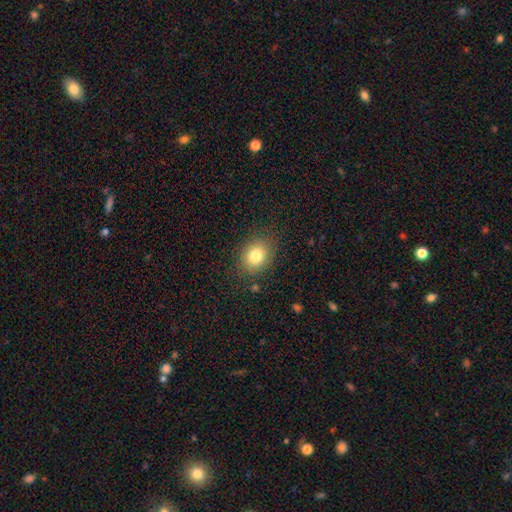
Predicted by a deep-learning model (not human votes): This appears to be a smooth galaxy with no disk features (80%) that is in between round and cigar-shaped (55%). Merging: none (84%).